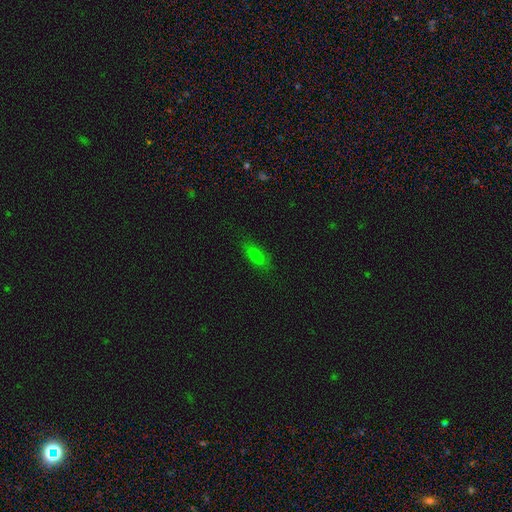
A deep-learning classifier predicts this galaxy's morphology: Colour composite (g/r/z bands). It shows a smooth galaxy with no disk features (79%) that is in between round and cigar-shaped (73%). Merging: none (81%).